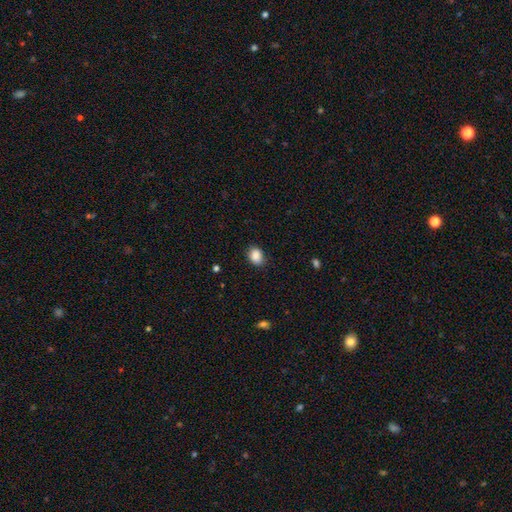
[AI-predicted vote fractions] The model was most divided on "how rounded": in between: 65%, round: 34%, cigar-shaped: 1%. More confident: smooth or featured — smooth (88%); merging — none (84%).